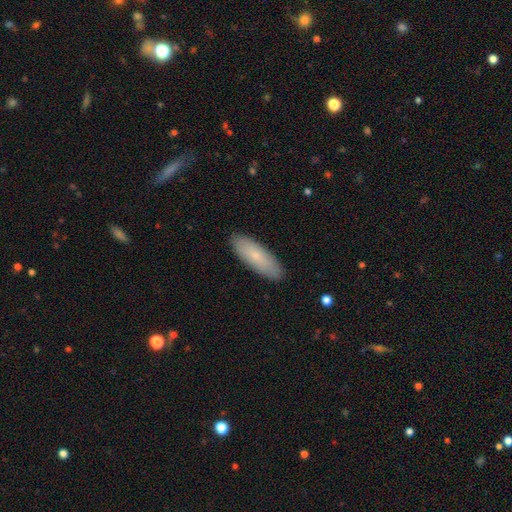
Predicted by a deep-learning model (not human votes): Morphology: type=smooth (76%); roundness=in between (55%); merging=none (89%).